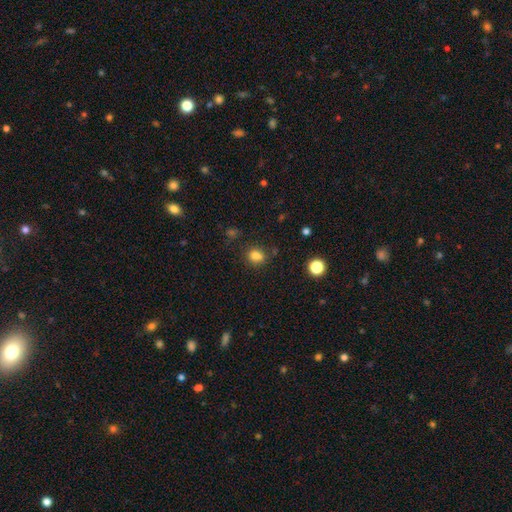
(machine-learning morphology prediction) A smooth galaxy with no disk features (79%) that is round (58%).

Vote fractions:
- Smooth or featured? smooth: 79% / star or artifact: 14% / featured or disk: 7%
- How rounded? round: 58% / in between: 41% / cigar-shaped: 1%
- Merging? none: 64% / minor disturbance: 16% / merger: 14% / major disturbance: 5%